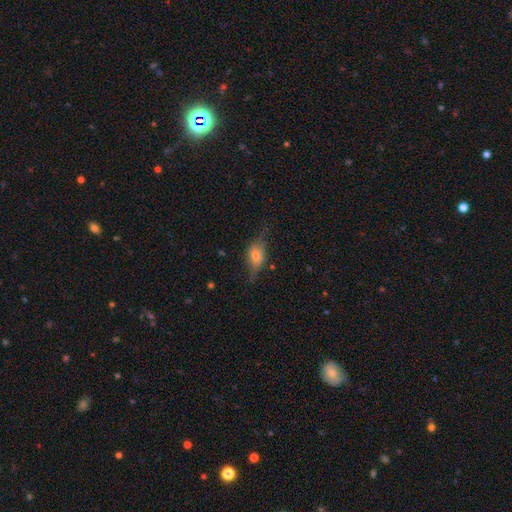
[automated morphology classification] A smooth galaxy with no disk features (48%). Merging: none (56%).